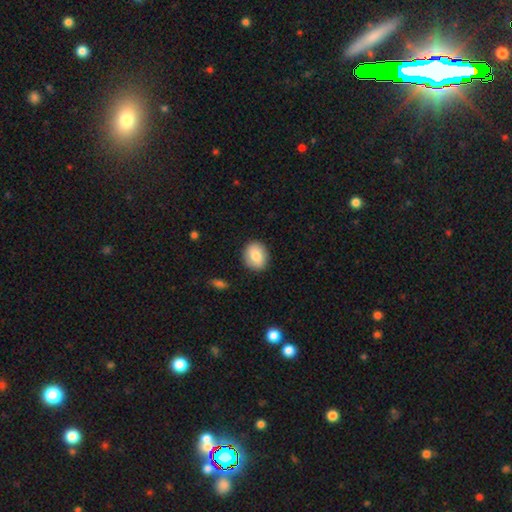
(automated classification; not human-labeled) A smooth galaxy with no disk features (80%) that is round (55%).

Vote fractions:
- Smooth or featured? smooth: 80% / featured or disk: 13% / star or artifact: 7%
- How rounded? round: 55% / in between: 44% / cigar-shaped: 1%
- Merging? none: 87% / minor disturbance: 9% / major disturbance: 2% / merger: 1%